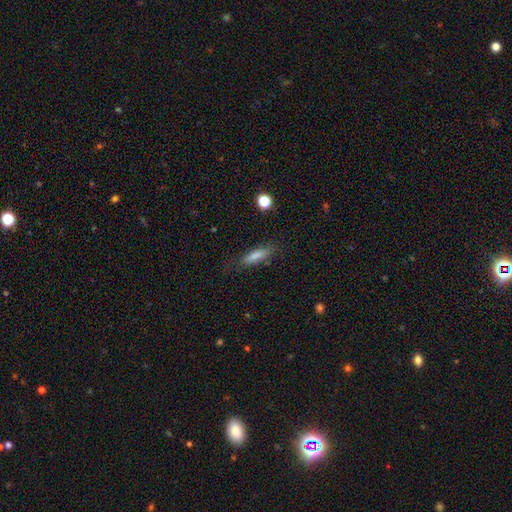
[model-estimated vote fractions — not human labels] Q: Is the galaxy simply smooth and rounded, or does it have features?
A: smooth — 79%.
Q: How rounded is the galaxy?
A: cigar-shaped — 69%.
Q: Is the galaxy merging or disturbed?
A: none — 76%.